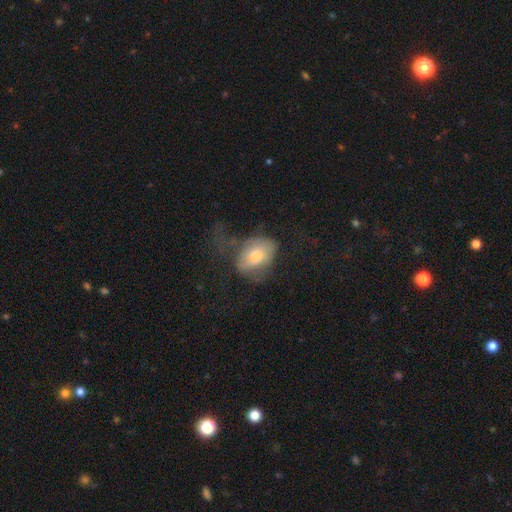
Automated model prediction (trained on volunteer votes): Smooth or featured? Predicted: smooth (p=0.64). How rounded? Predicted: in between (p=0.81). Merging? Predicted: major disturbance (p=0.40).